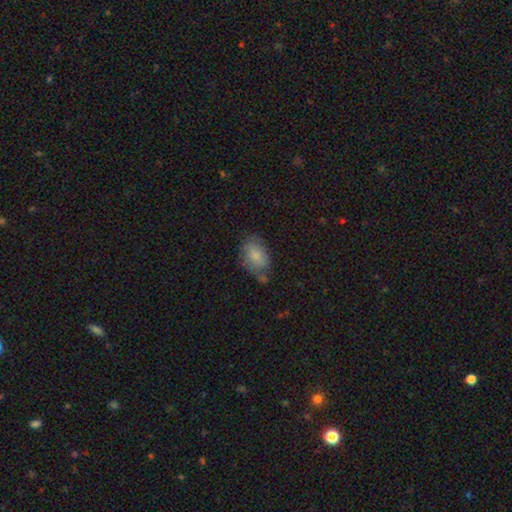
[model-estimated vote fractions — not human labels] The model was most divided on "merging": none: 58%, minor disturbance: 26%, merger: 8%, major disturbance: 8%. More confident: how rounded — in between (87%); smooth or featured — smooth (81%).